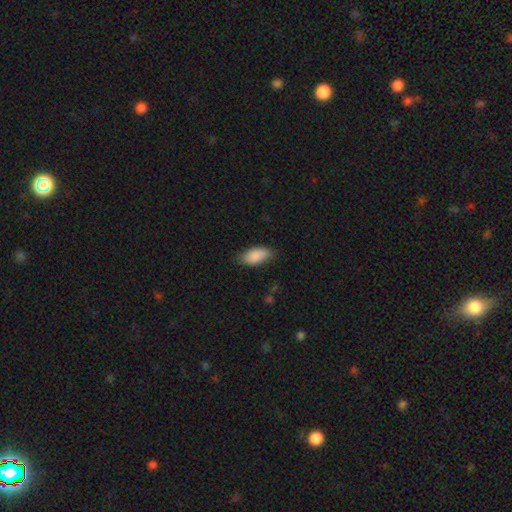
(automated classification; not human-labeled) A smooth galaxy with no disk features (89%) that is in between round and cigar-shaped (91%).

Vote fractions:
- Smooth or featured? smooth: 89% / star or artifact: 6% / featured or disk: 5%
- How rounded? in between: 91% / cigar-shaped: 7% / round: 2%
- Merging? none: 78% / minor disturbance: 17% / major disturbance: 3% / merger: 1%